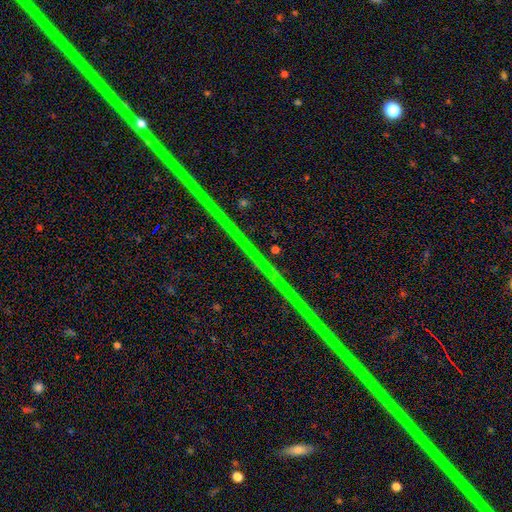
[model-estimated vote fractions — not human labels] smooth_or_featured: star or artifact (p=0.90) [alt: featured or disk p=0.06]